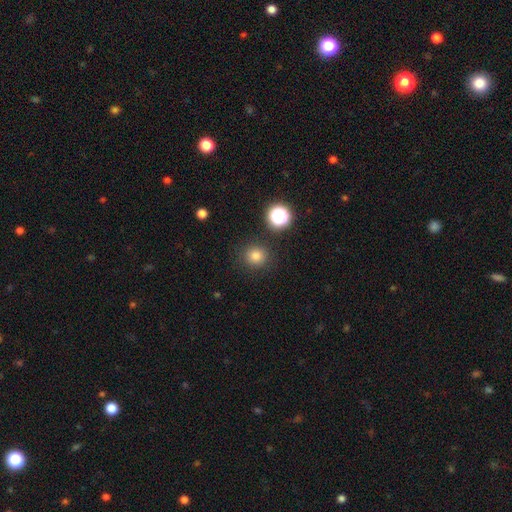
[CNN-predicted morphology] Q: Smooth or featured?
A: smooth (80%); runner-up: star or artifact (15%)
Q: How rounded?
A: round (92%); runner-up: in between (7%)
Q: Merging?
A: none (88%); runner-up: minor disturbance (7%)